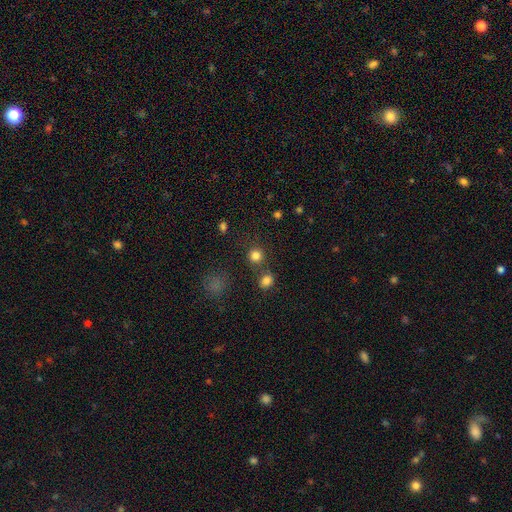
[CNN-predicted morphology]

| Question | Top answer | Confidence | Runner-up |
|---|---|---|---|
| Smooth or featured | smooth | 80% | star or artifact (14%) |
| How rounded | round | 91% | in between (8%) |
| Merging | none | 74% | merger (14%) |